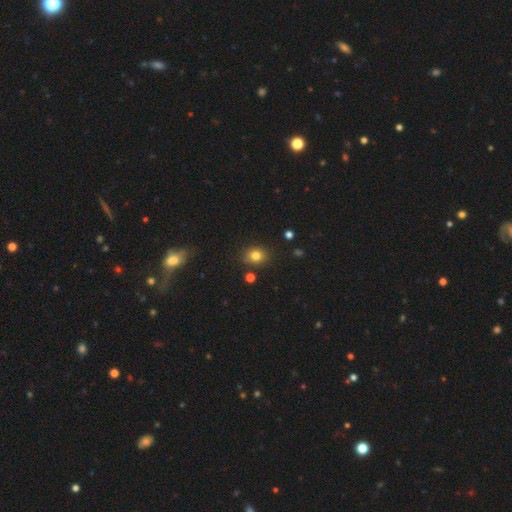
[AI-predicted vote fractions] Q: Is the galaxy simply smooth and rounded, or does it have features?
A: smooth — 80%.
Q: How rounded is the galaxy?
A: round — 67%.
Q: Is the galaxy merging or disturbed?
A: none — 82%.